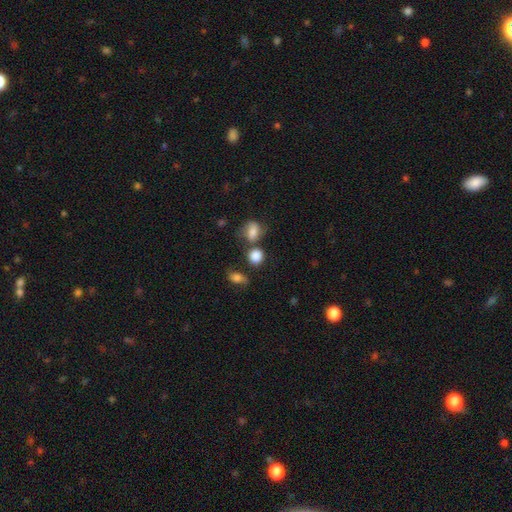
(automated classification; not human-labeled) Morphology: type=smooth (80%); roundness=round (70%); merging=none (57%).